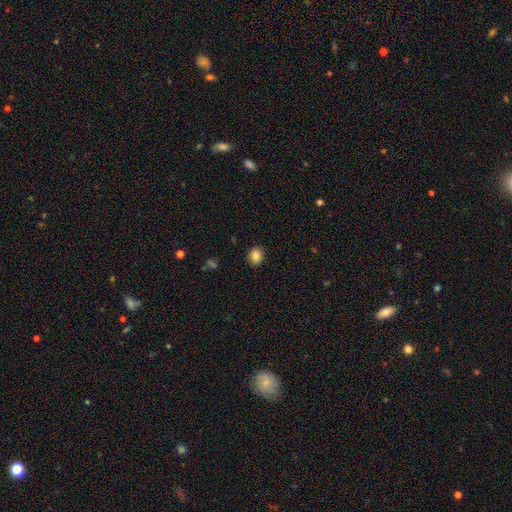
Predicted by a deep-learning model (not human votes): smooth-or-featured: smooth: 84% | star or artifact: 10% | featured or disk: 6%
  how-rounded: round: 61% | in between: 38% | cigar-shaped: 1%
  merging: none: 90% | minor disturbance: 7% | major disturbance: 2% | merger: 1%